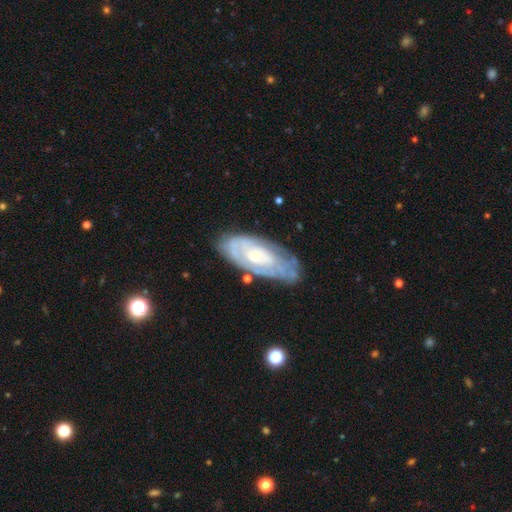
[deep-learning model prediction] Smooth or featured? Predicted: featured or disk (p=0.78). Edge-on disk? Predicted: no (p=0.91). Bar? Predicted: no (p=0.76). Spiral arms? Predicted: yes (p=0.82). Spiral winding? Predicted: tight (p=0.75). Spiral arm count? Predicted: can't tell (p=0.58). Bulge size? Predicted: small (p=0.63). Merging? Predicted: none (p=0.68).